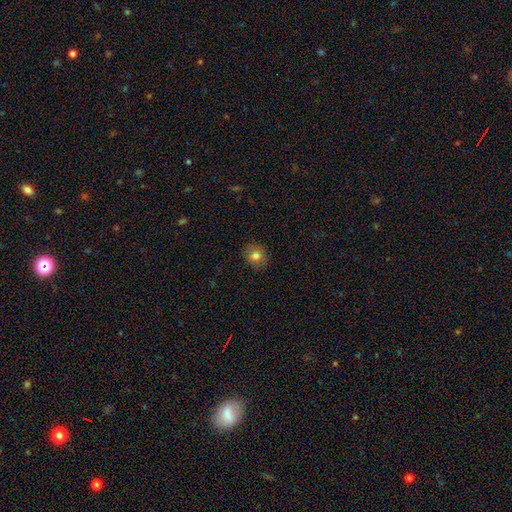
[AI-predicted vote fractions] This is likely a smooth galaxy (77%). How rounded: likely round (68%). Merging: clearly none (86%).